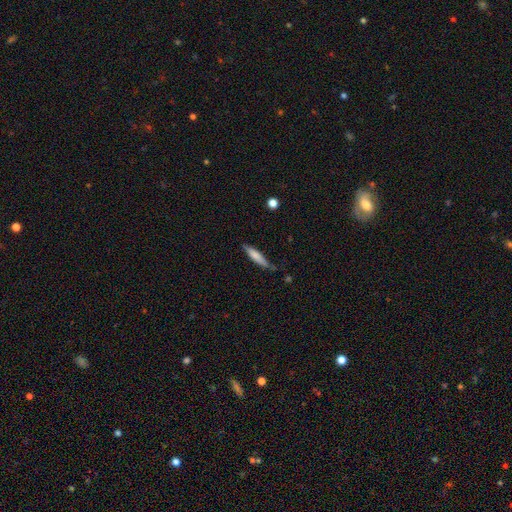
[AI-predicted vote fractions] Q: Smooth or featured?
A: smooth (71%); runner-up: featured or disk (23%)
Q: How rounded?
A: cigar-shaped (83%); runner-up: in between (15%)
Q: Merging?
A: none (72%); runner-up: minor disturbance (22%)